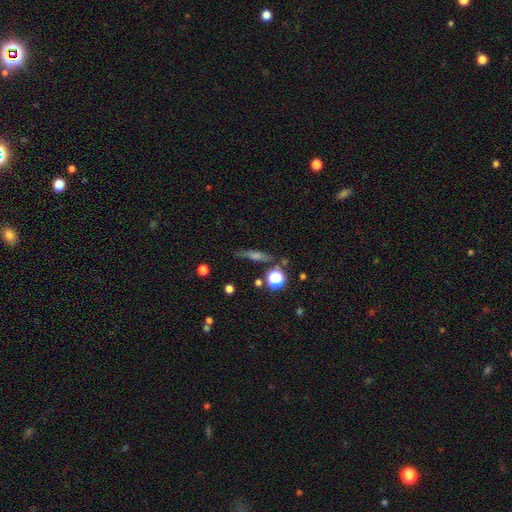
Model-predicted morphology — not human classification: Smooth or featured? Predicted: featured or disk (p=0.49). Merging? Predicted: none (p=0.79).